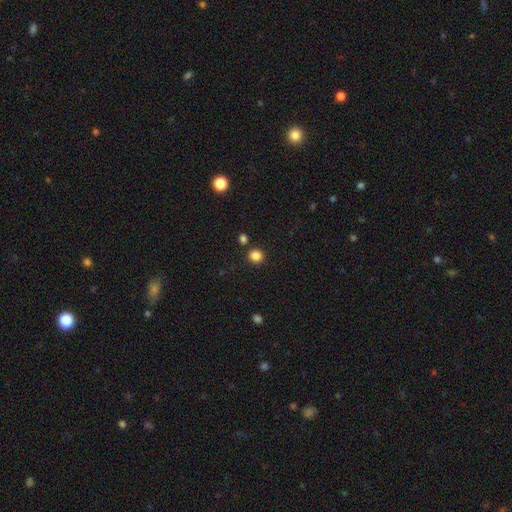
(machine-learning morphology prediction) smooth-or-featured: smooth: 84% | star or artifact: 12% | featured or disk: 3%
  how-rounded: round: 92% | in between: 7% | cigar-shaped: 1%
  merging: none: 87% | minor disturbance: 6% | merger: 5% | major disturbance: 2%